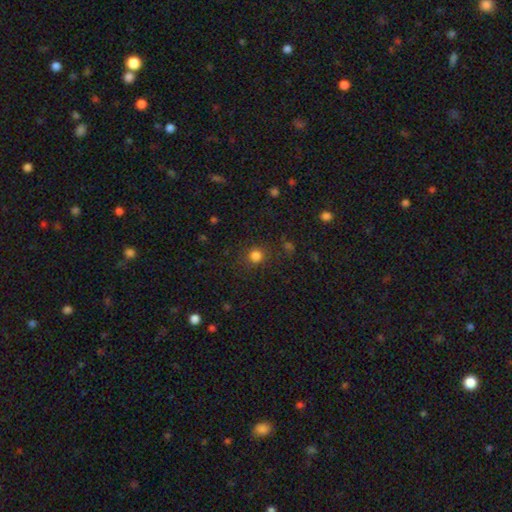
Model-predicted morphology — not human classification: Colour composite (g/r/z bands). It shows a smooth galaxy with no disk features (80%) that is round (87%). Merging: none (82%).